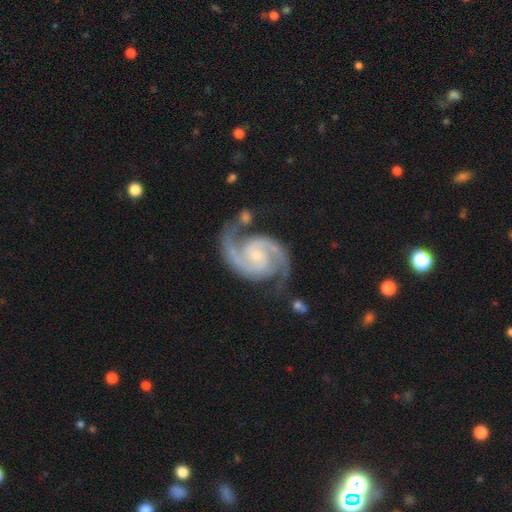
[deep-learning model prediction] Smooth or featured: featured or disk — 94% (star or artifact — 4%)
Edge-on disk: no — 98% (yes — 2%)
Bar: no — 55% (weak — 34%)
Spiral arms: yes — 99% (no — 1%)
Spiral winding: medium — 59% (tight — 30%)
Spiral arm count: 2 — 93% (3 — 2%)
Bulge size: small — 72% (moderate — 20%)
Merging: none — 69% (minor disturbance — 18%)